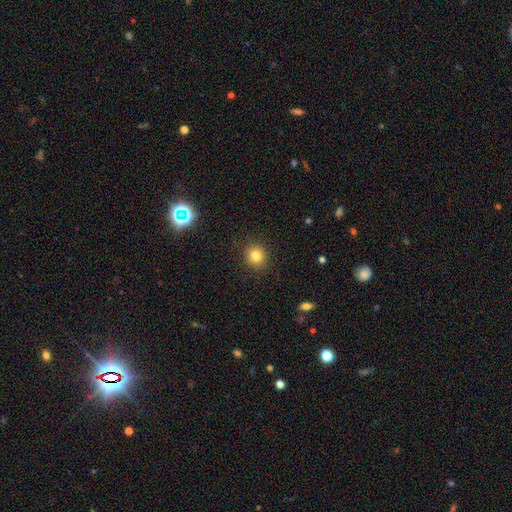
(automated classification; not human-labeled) Overall: smooth (81%). How rounded: round (83%). Merging: none (90%).